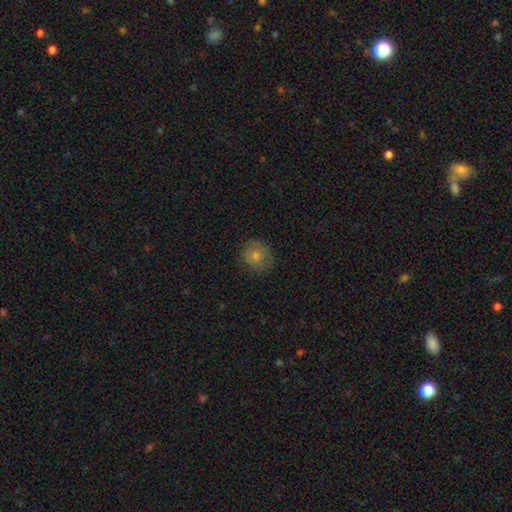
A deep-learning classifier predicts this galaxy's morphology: A smooth galaxy with no disk features (77%) that is round (82%).

Vote fractions:
- Smooth or featured? smooth: 77% / featured or disk: 14% / star or artifact: 9%
- How rounded? round: 82% / in between: 17% / cigar-shaped: 1%
- Merging? none: 77% / minor disturbance: 17% / major disturbance: 5% / merger: 1%